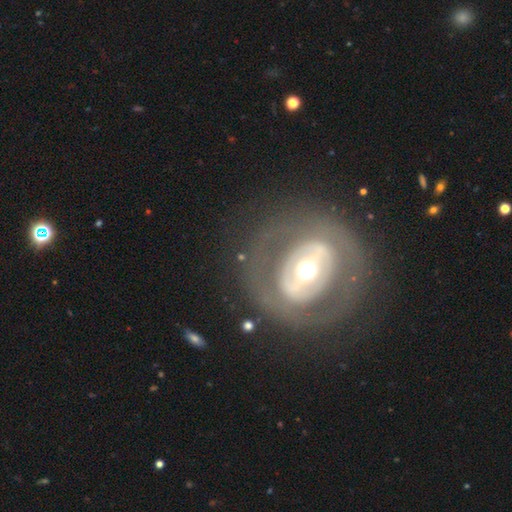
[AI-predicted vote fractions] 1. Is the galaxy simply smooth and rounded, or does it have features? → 71% featured or disk, 23% smooth, 6% star or artifact.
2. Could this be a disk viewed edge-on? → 94% no, 6% yes.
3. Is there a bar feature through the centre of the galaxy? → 43% no, 31% strong, 26% weak.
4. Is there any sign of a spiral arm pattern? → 73% no, 27% yes.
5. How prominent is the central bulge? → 62% moderate, 18% small, 16% large, 2% dominant, 1% none.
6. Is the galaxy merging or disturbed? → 78% none, 11% minor disturbance, 10% major disturbance, 1% merger.